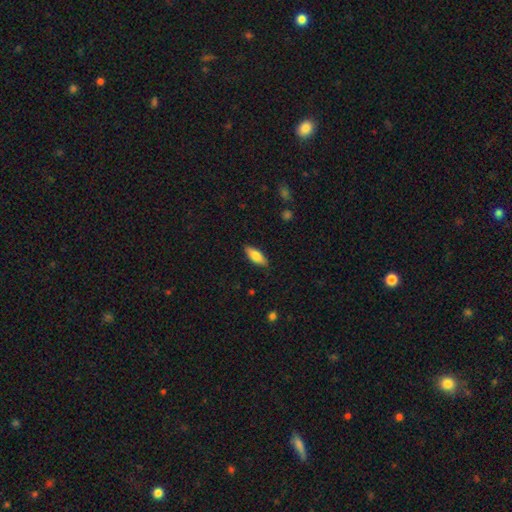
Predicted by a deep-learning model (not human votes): Morphology: type=smooth (80%); roundness=in between (70%); merging=none (87%).